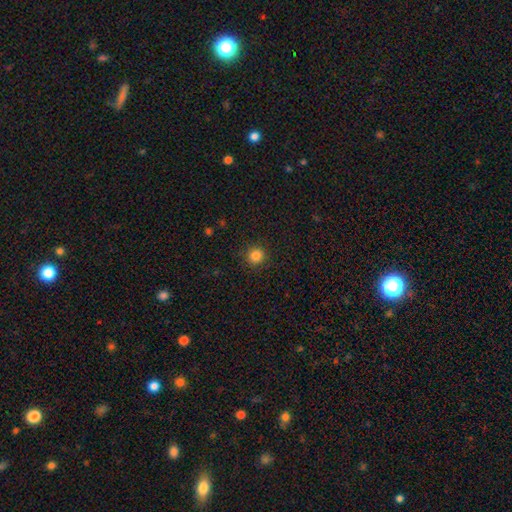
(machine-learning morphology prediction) Smooth or featured? smooth (84%)
How rounded? round (94%)
Merging? none (91%)